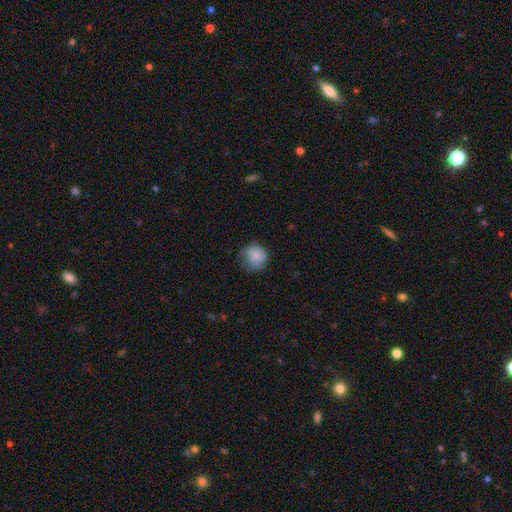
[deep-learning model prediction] This is clearly a smooth galaxy (82%). How rounded: clearly round (87%). Merging: likely none (69%).